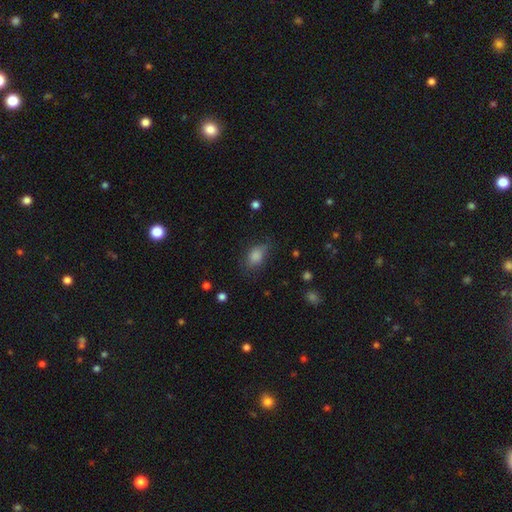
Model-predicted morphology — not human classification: This is likely a smooth galaxy (79%). How rounded: clearly in between (81%). Merging: likely none (67%).